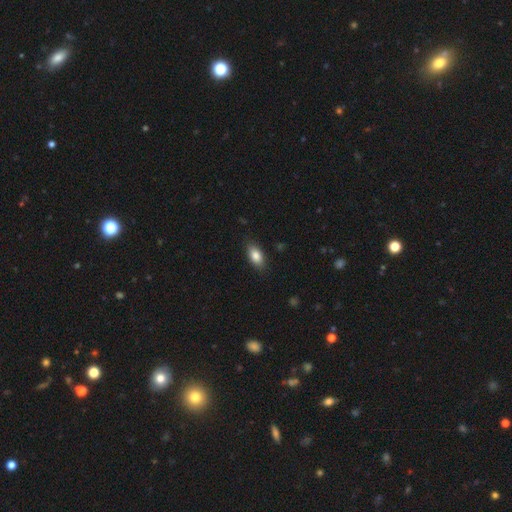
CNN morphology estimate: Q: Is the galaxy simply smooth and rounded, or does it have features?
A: smooth — 85%.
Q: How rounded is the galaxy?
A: in between — 89%.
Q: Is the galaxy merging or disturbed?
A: none — 85%.